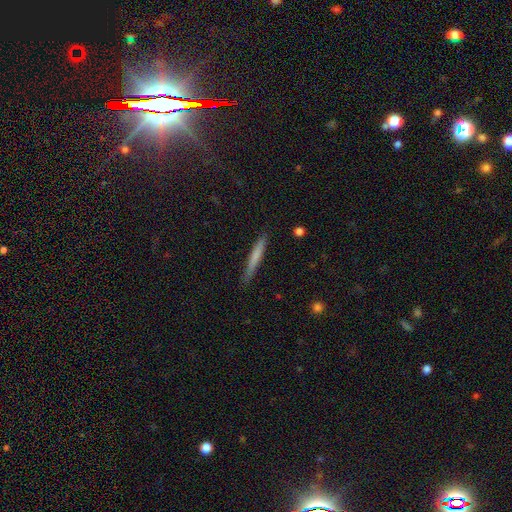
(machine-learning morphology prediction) smooth 67%, featured or disk 27%, star or artifact 6%. Down the decision tree: how rounded — cigar-shaped (96%); merging — none (87%).